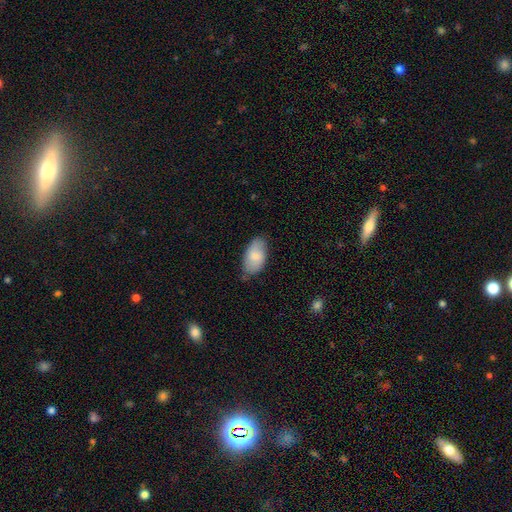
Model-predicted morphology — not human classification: The model was most divided on "merging": none: 70%, minor disturbance: 24%, major disturbance: 4%, merger: 2%. More confident: how rounded — in between (95%); smooth or featured — smooth (76%).